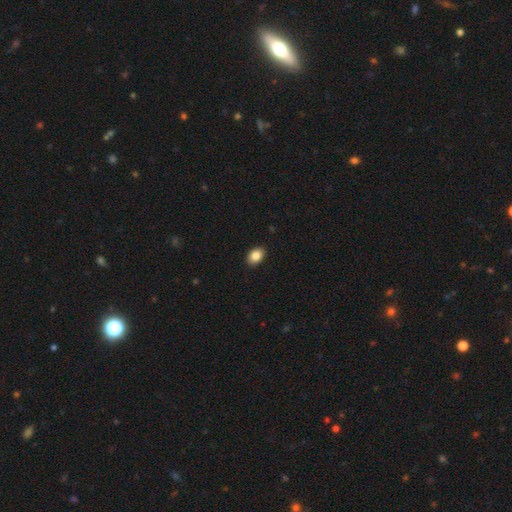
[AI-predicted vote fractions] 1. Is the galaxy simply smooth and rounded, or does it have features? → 86% smooth, 8% star or artifact, 6% featured or disk.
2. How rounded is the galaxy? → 79% in between, 20% round, 1% cigar-shaped.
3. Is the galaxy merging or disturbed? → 88% none, 9% minor disturbance, 2% major disturbance, 1% merger.